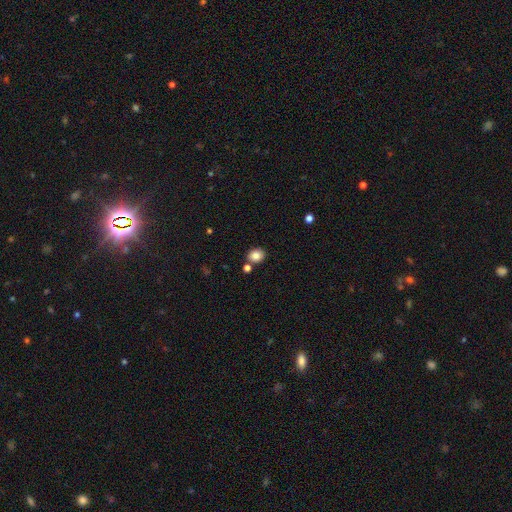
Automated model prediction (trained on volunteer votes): Overall: smooth (83%). How rounded: round (57%; in between 42%). Merging: none (77%).